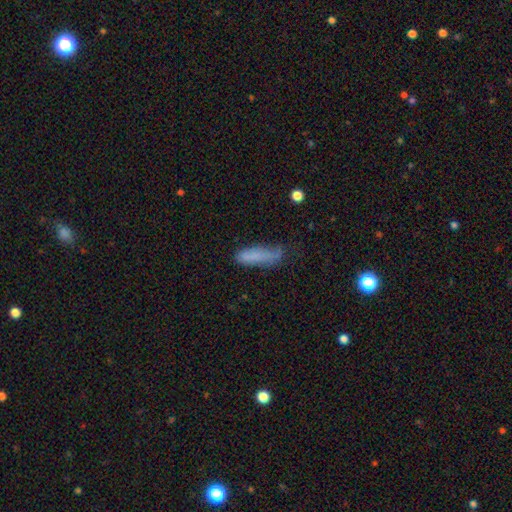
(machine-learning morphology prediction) A smooth galaxy with no disk features (76%) that is cigar-shaped (69%).

Vote fractions:
- Smooth or featured? smooth: 76% / featured or disk: 15% / star or artifact: 9%
- How rounded? cigar-shaped: 69% / in between: 30% / round: 2%
- Merging? none: 44% / minor disturbance: 35% / major disturbance: 18% / merger: 4%